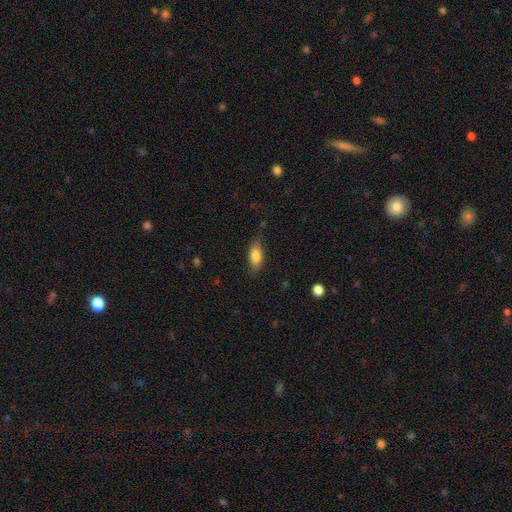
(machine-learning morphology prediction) Smooth or featured?
  - smooth: 79% *
  - featured or disk: 14%
  - star or artifact: 7%
How rounded?
  - in between: 78% *
  - cigar-shaped: 19%
  - round: 3%
Merging?
  - none: 77% *
  - minor disturbance: 18%
  - major disturbance: 4%
  - merger: 1%